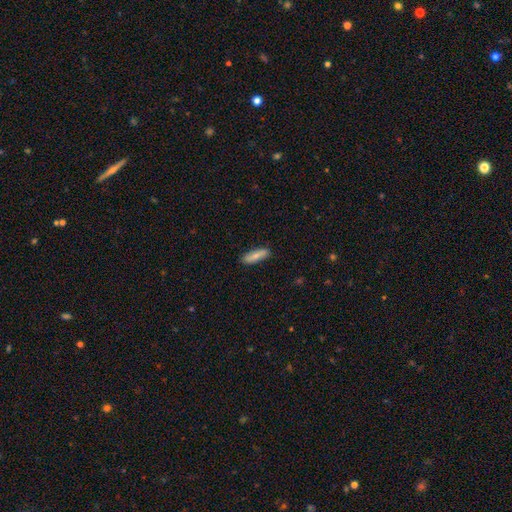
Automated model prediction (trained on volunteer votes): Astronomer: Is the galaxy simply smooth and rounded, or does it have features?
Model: smooth — 73%.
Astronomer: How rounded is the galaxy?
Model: cigar-shaped — 59% (runner-up: in between, 39%).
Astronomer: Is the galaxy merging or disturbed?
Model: none — 88%.